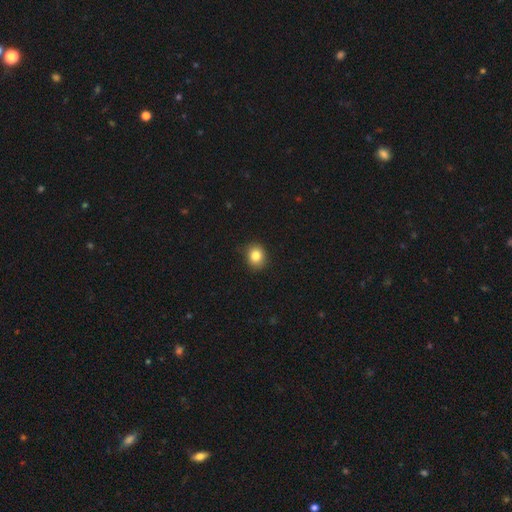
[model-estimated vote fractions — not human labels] Smooth or featured?
  - smooth: 83% *
  - star or artifact: 11%
  - featured or disk: 6%
How rounded?
  - round: 72% *
  - in between: 27%
  - cigar-shaped: 1%
Merging?
  - none: 86% *
  - minor disturbance: 10%
  - major disturbance: 2%
  - merger: 1%